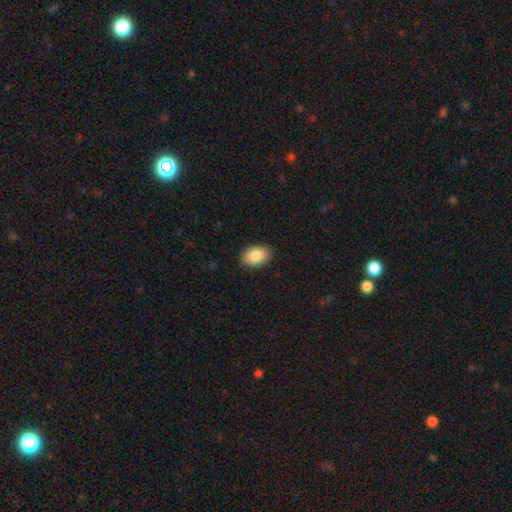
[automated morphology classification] This is clearly a smooth galaxy (86%). How rounded: clearly in between (86%). Merging: clearly none (89%).